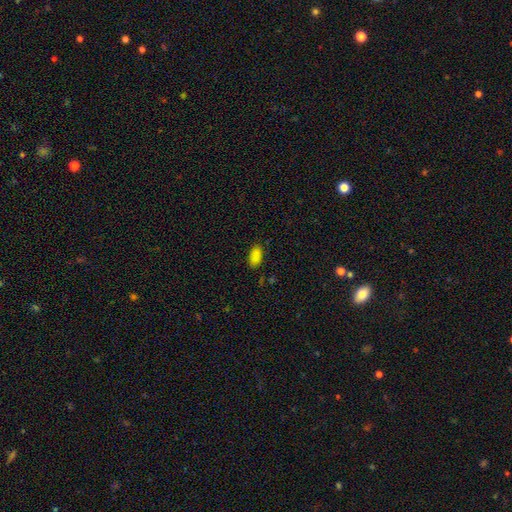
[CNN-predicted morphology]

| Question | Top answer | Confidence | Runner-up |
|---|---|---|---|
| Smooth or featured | smooth | 85% | star or artifact (11%) |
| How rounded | in between | 92% | cigar-shaped (5%) |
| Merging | none | 83% | minor disturbance (13%) |